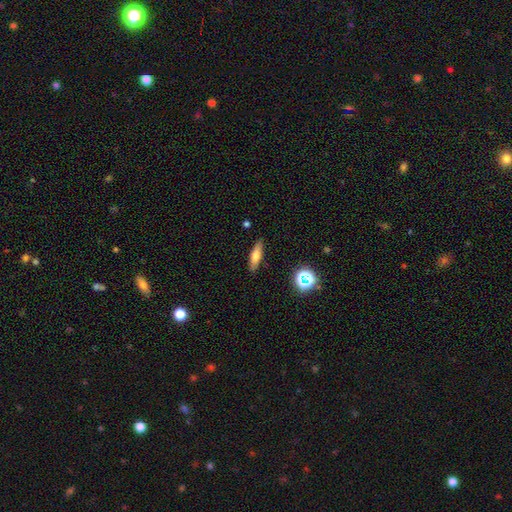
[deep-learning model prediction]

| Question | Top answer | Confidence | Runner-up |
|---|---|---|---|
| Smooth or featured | smooth | 62% | featured or disk (28%) |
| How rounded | cigar-shaped | 61% | in between (36%) |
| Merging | none | 88% | minor disturbance (8%) |